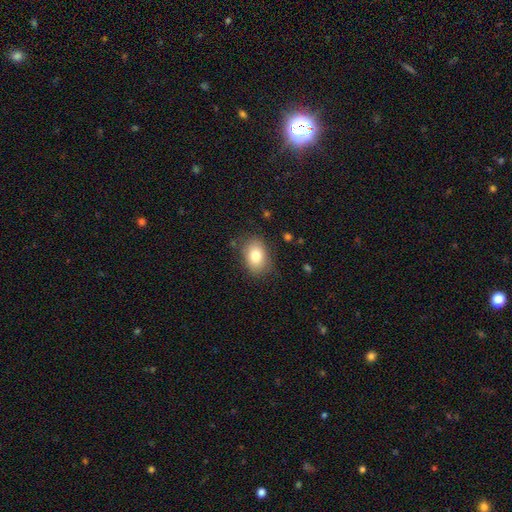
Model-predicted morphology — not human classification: This is clearly a smooth galaxy (80%). How rounded: likely in between (77%). Merging: likely none (80%).